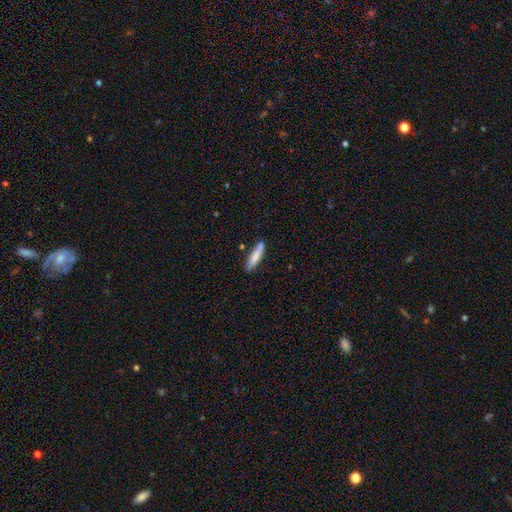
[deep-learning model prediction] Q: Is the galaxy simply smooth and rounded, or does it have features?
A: smooth — 78%.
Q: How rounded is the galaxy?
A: cigar-shaped — 82%.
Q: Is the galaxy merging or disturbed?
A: none — 74%.